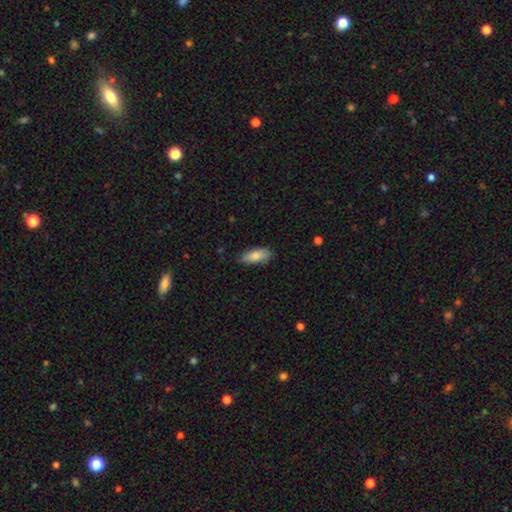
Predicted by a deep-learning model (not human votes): Smooth or featured: smooth — 83% (featured or disk — 11%)
How rounded: in between — 81% (cigar-shaped — 17%)
Merging: none — 78% (minor disturbance — 18%)